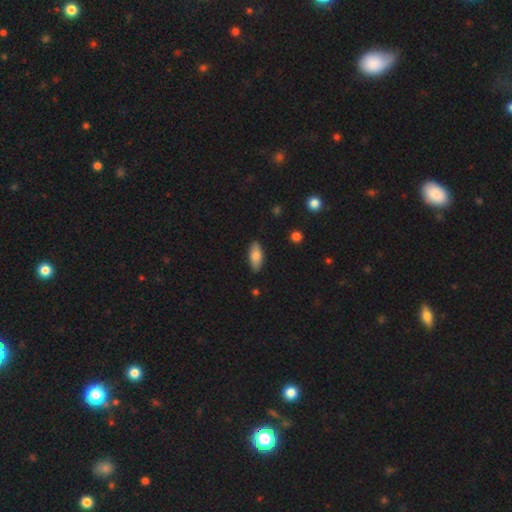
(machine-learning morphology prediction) A smooth galaxy with no disk features (78%) that is in between round and cigar-shaped (84%).

Vote fractions:
- Smooth or featured? smooth: 78% / featured or disk: 15% / star or artifact: 6%
- How rounded? in between: 84% / cigar-shaped: 13% / round: 2%
- Merging? none: 86% / minor disturbance: 11% / major disturbance: 2% / merger: 1%